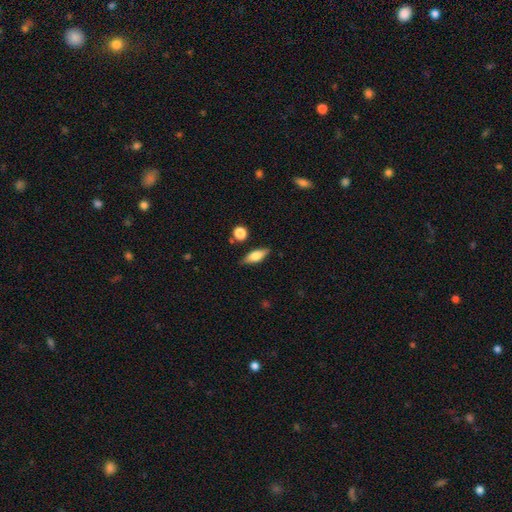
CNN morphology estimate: This appears to be a smooth galaxy with no disk features (63%) that is in between round and cigar-shaped (65%). Merging: none (82%).